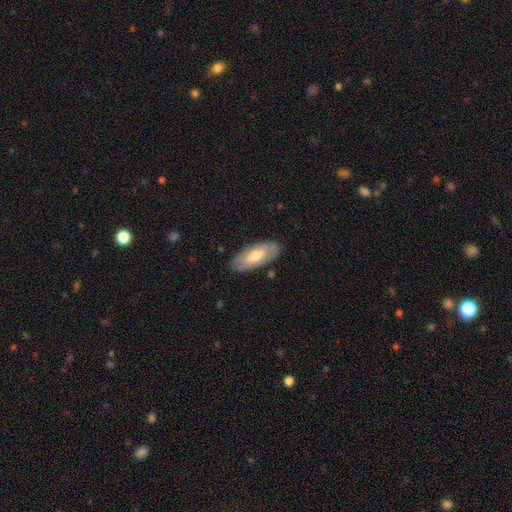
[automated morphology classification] The model was most divided on "smooth or featured": smooth: 57%, featured or disk: 37%, star or artifact: 6%. More confident: merging — none (85%); how rounded — in between (84%).